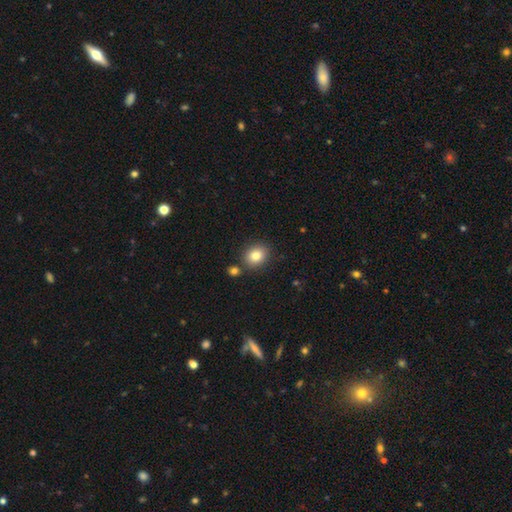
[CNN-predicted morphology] This appears to be a smooth galaxy with no disk features (83%) that is round (58%). Merging: none (80%).